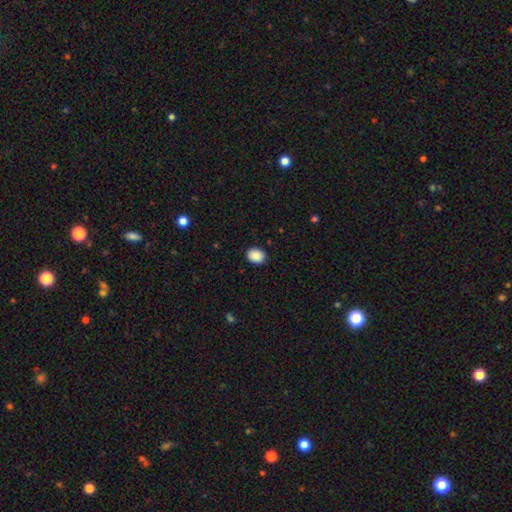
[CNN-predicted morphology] Smooth or featured?
  - smooth: 89% *
  - star or artifact: 8%
  - featured or disk: 3%
How rounded?
  - round: 50% *
  - in between: 49%
  - cigar-shaped: 1%
Merging?
  - none: 90% *
  - minor disturbance: 7%
  - major disturbance: 2%
  - merger: 1%